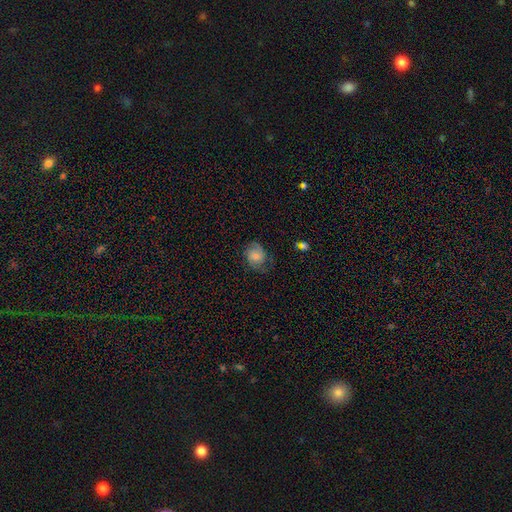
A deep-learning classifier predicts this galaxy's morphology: Smooth or featured?
  - smooth: 52% *
  - featured or disk: 39%
  - star or artifact: 9%
How rounded?
  - round: 56% *
  - in between: 43%
  - cigar-shaped: 1%
Merging?
  - none: 60% *
  - minor disturbance: 26%
  - major disturbance: 13%
  - merger: 2%